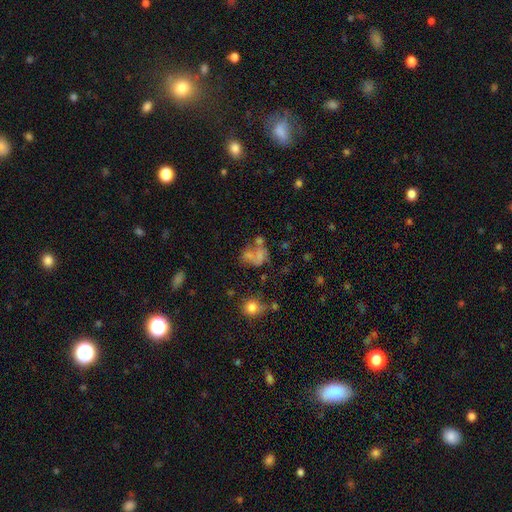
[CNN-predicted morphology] Smooth or featured? smooth (49%)
Merging? merger (33%)